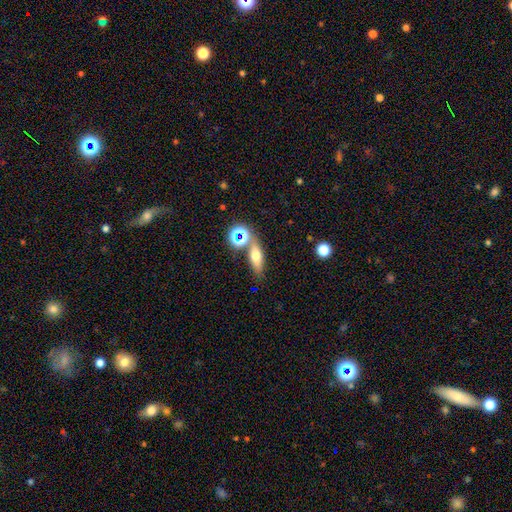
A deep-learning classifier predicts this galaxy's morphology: Smooth or featured? Predicted: smooth (p=0.58). How rounded? Predicted: in between (p=0.52). Merging? Predicted: none (p=0.65).